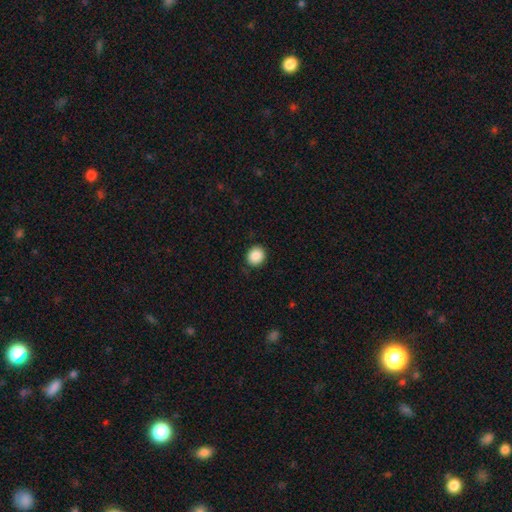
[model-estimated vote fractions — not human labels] Smooth or featured? Predicted: smooth (p=0.89). How rounded? Predicted: round (p=0.75). Merging? Predicted: none (p=0.86).